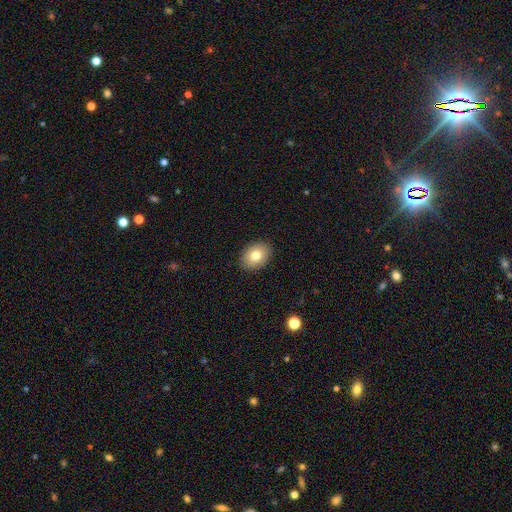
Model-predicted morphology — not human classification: Smooth or featured? smooth (79%)
How rounded? in between (67%)
Merging? none (90%)